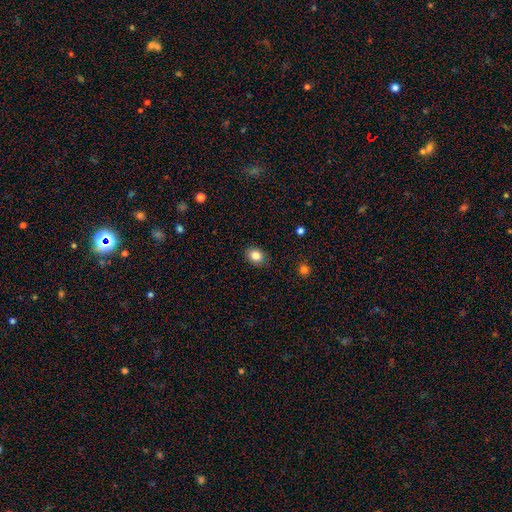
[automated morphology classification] Smooth or featured?
  - smooth: 84% *
  - star or artifact: 10%
  - featured or disk: 7%
How rounded?
  - in between: 60% *
  - round: 39%
  - cigar-shaped: 1%
Merging?
  - none: 87% *
  - minor disturbance: 10%
  - major disturbance: 2%
  - merger: 1%